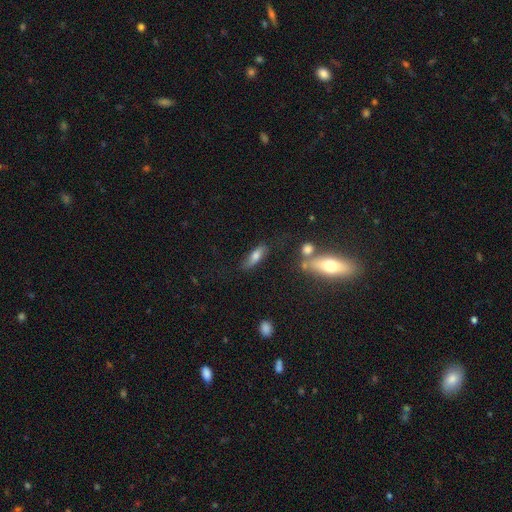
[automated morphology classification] This is likely a smooth galaxy (68%). How rounded: possibly in between (55%). Merging: likely none (69%).